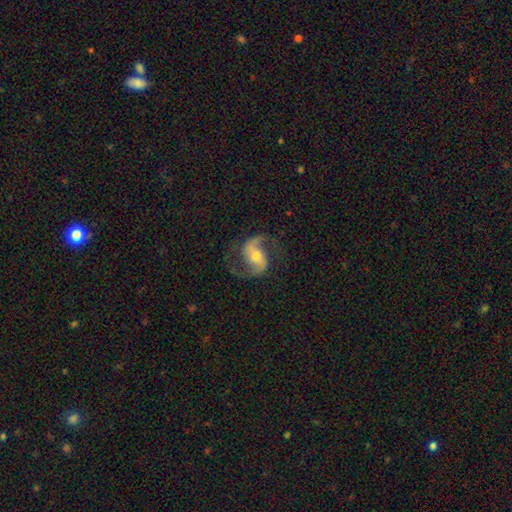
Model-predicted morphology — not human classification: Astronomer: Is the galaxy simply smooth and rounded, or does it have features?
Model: featured or disk — 88%.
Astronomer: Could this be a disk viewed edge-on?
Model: no — 97%.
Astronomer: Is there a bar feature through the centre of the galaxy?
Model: weak — 42% (runner-up: no, 34%).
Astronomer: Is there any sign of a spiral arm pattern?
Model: yes — 97%.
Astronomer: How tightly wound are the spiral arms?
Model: medium — 48% (runner-up: loose, 43%).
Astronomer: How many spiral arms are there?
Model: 2 — 93%.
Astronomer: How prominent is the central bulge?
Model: moderate — 61%.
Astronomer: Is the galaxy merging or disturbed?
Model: none — 77%.